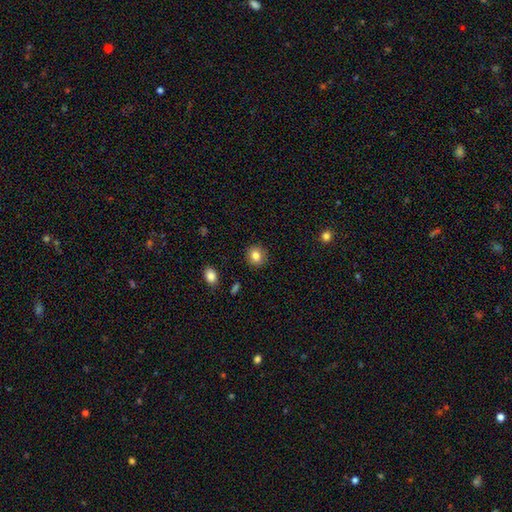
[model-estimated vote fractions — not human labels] A smooth galaxy with no disk features (82%) that is round (81%).

Vote fractions:
- Smooth or featured? smooth: 82% / star or artifact: 10% / featured or disk: 8%
- How rounded? round: 81% / in between: 19% / cigar-shaped: 1%
- Merging? none: 90% / minor disturbance: 7% / major disturbance: 2% / merger: 1%